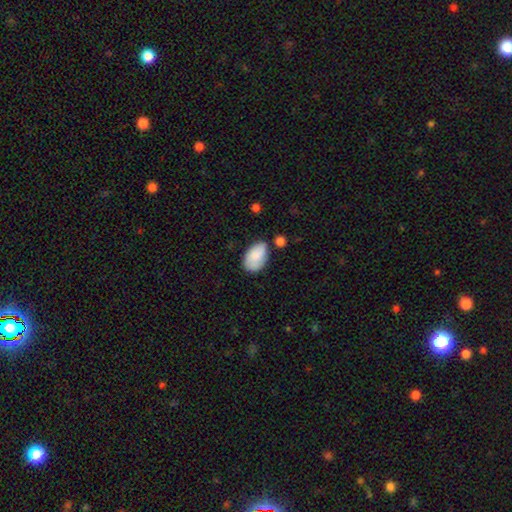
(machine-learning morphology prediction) The model was most divided on "merging": none: 62%, minor disturbance: 26%, merger: 6%, major disturbance: 6%. More confident: how rounded — in between (93%); smooth or featured — smooth (81%).